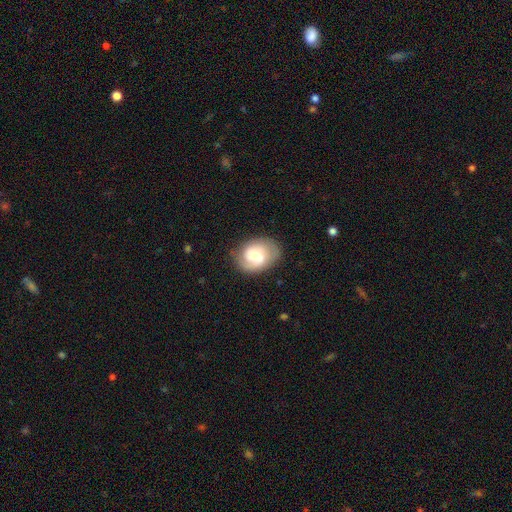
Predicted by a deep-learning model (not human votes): smooth_or_featured: featured or disk (p=0.48) [alt: smooth p=0.44]
merging: none (p=0.69) [alt: minor disturbance p=0.21]